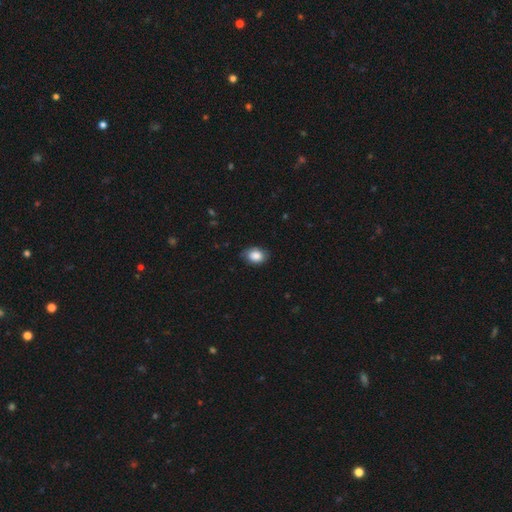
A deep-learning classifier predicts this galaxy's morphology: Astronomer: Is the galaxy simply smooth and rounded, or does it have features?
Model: smooth — 86%.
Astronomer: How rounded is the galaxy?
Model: in between — 73%.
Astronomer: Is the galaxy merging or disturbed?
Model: none — 79%.